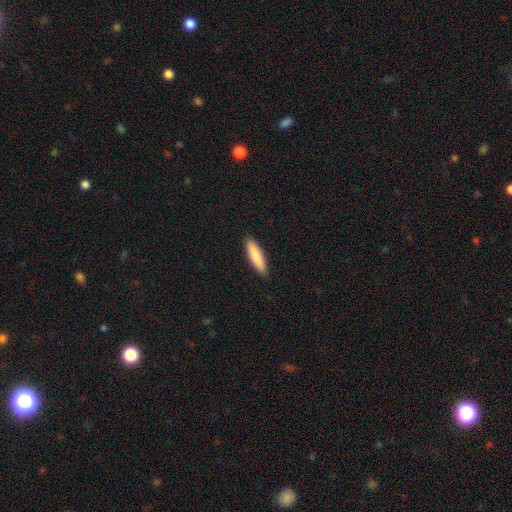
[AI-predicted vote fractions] Smooth or featured: smooth — 86% (featured or disk — 9%)
How rounded: cigar-shaped — 71% (in between — 28%)
Merging: none — 91% (minor disturbance — 7%)